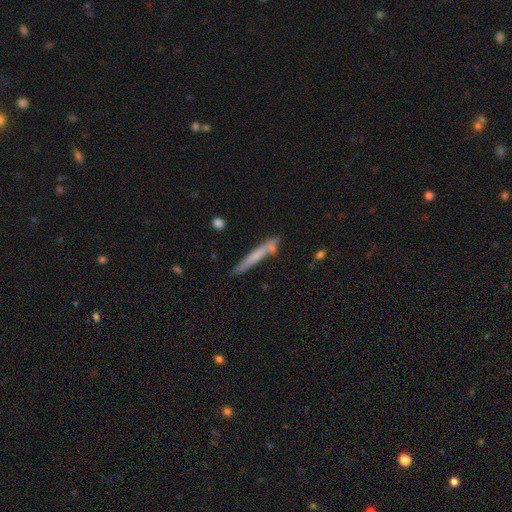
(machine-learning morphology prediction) This appears to be a smooth galaxy with no disk features (60%) that is cigar-shaped (95%). Merging: none (71%).